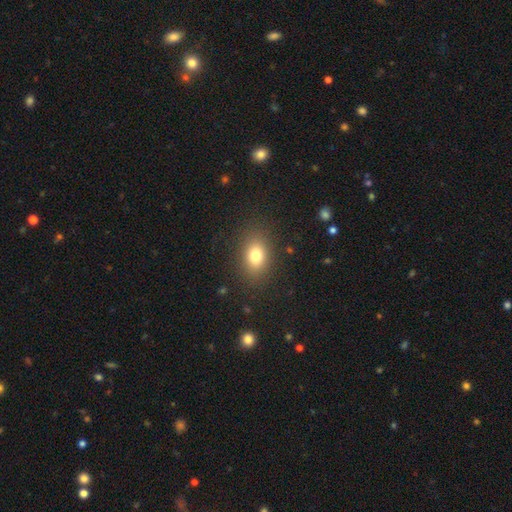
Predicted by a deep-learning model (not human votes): Smooth or featured? smooth (78%)
How rounded? in between (72%)
Merging? none (85%)